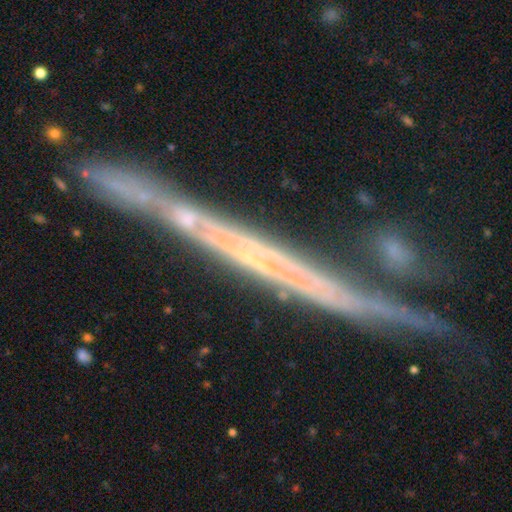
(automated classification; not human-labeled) smooth-or-featured: featured or disk: 73% | smooth: 16% | star or artifact: 11%
  disk-edge-on: yes: 90% | no: 10%
    edge-on-bulge: none: 82% | rounded: 11% | boxy: 7%
  merging: none: 71% | minor disturbance: 16% | merger: 8% | major disturbance: 5%